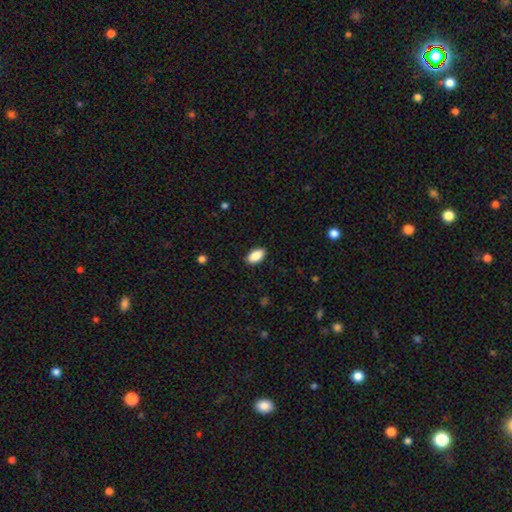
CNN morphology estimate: Q: Smooth or featured?
A: smooth (88%); runner-up: star or artifact (7%)
Q: How rounded?
A: in between (94%); runner-up: cigar-shaped (3%)
Q: Merging?
A: none (89%); runner-up: minor disturbance (8%)